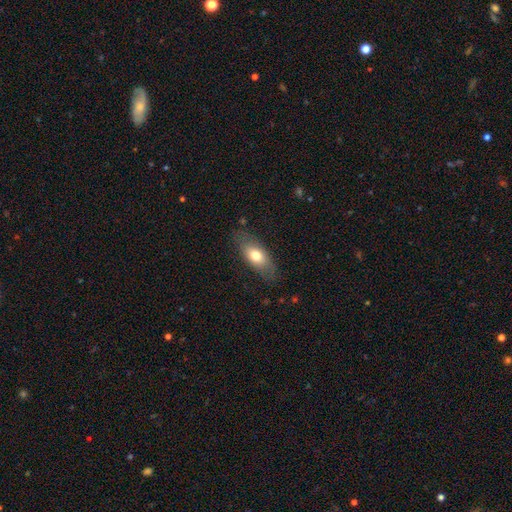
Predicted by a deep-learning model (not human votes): A smooth galaxy with no disk features (70%) that is in between round and cigar-shaped (81%). Merging: none (79%).